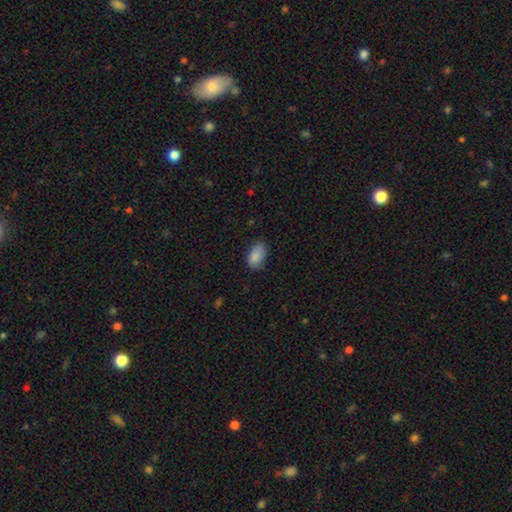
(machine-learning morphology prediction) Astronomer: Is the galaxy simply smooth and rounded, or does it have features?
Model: smooth — 85%.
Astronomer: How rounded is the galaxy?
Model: in between — 91%.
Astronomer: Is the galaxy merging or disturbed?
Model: none — 66%.